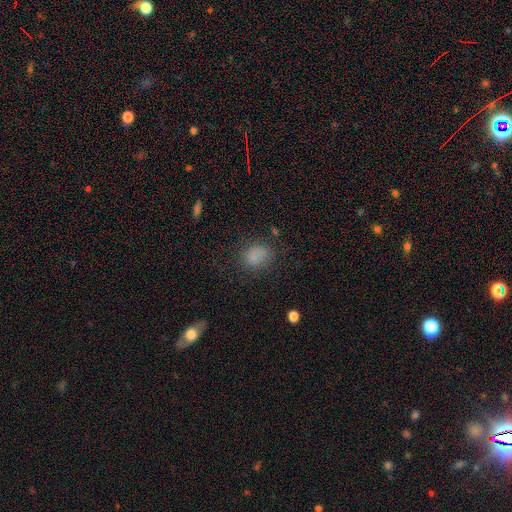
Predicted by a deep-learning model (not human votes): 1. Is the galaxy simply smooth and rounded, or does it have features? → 79% smooth, 14% star or artifact, 8% featured or disk.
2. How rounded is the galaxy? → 53% round, 45% in between, 1% cigar-shaped.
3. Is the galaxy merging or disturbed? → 72% none, 18% minor disturbance, 8% major disturbance, 2% merger.